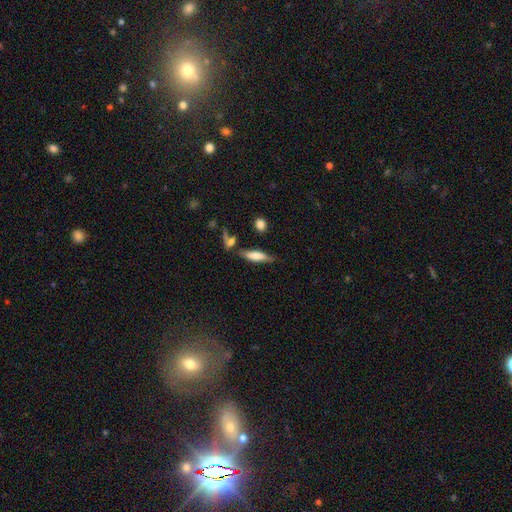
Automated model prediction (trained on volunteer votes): Morphology: type=smooth (65%); roundness=cigar-shaped (59%); merging=none (65%).